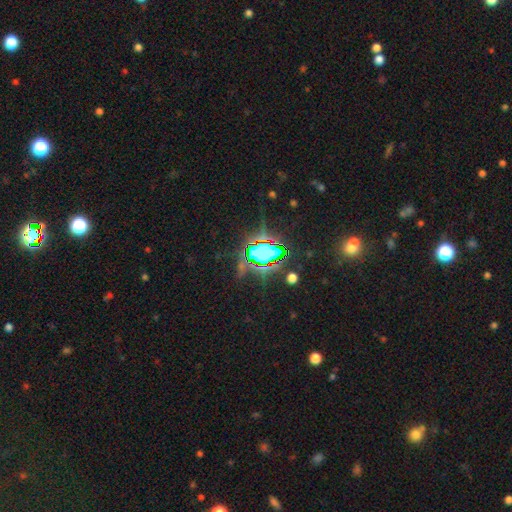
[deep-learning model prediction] smooth-or-featured: star or artifact: 81% | smooth: 11% | featured or disk: 8%